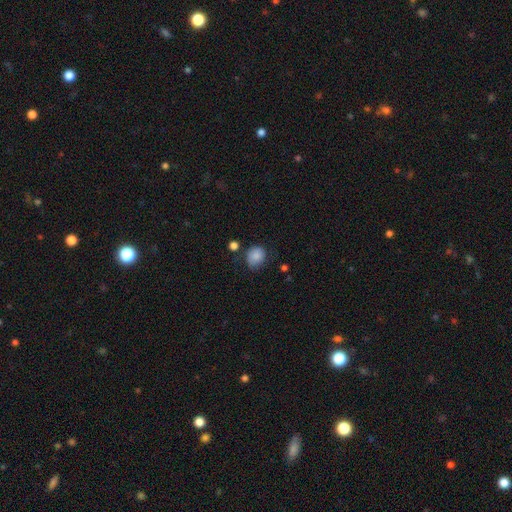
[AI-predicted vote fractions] smooth_or_featured: smooth (p=0.84) [alt: star or artifact p=0.09]
how_rounded: round (p=0.70) [alt: in between p=0.29]
merging: none (p=0.63) [alt: minor disturbance p=0.26]